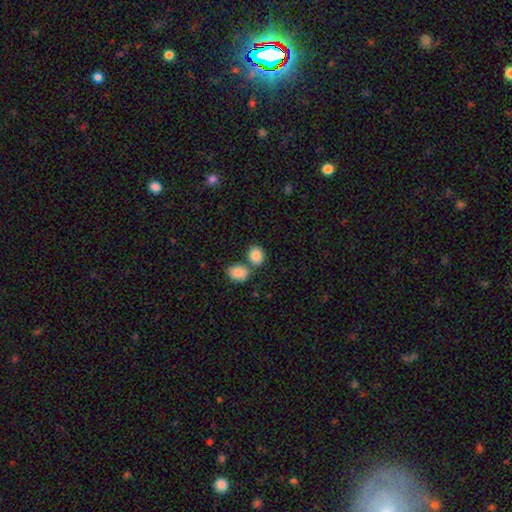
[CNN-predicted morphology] Smooth or featured? smooth (86%)
How rounded? round (52%)
Merging? none (51%)